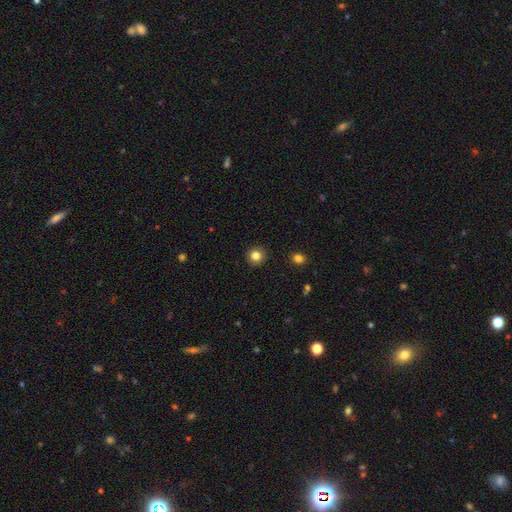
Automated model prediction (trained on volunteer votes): A smooth galaxy with no disk features (83%) that is round (93%).

Vote fractions:
- Smooth or featured? smooth: 83% / star or artifact: 12% / featured or disk: 5%
- How rounded? round: 93% / in between: 6% / cigar-shaped: 1%
- Merging? none: 92% / minor disturbance: 5% / major disturbance: 2% / merger: 1%